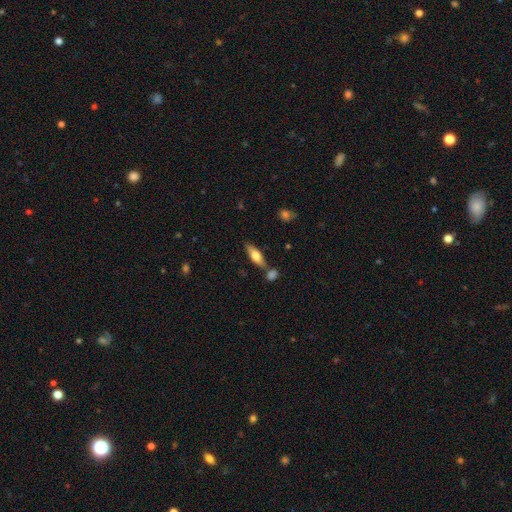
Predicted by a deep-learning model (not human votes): Morphology: type=smooth (64%); roundness=in between (58%); merging=none (69%).